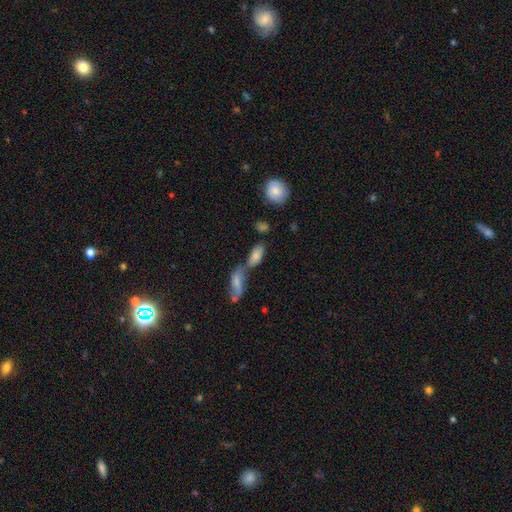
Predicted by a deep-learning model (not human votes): Smooth or featured: smooth — 64% (featured or disk — 24%)
How rounded: in between — 74% (cigar-shaped — 21%)
Merging: merger — 55% (none — 31%)